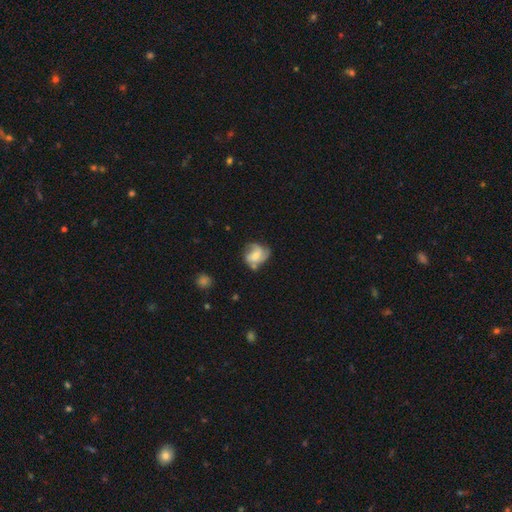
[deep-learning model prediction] featured or disk 55%, smooth 37%, star or artifact 8%. Down the decision tree: edge-on disk — no (97%); bar — no (63%); spiral arms — yes (79%); bulge size — moderate (45%); merging — none (48%).